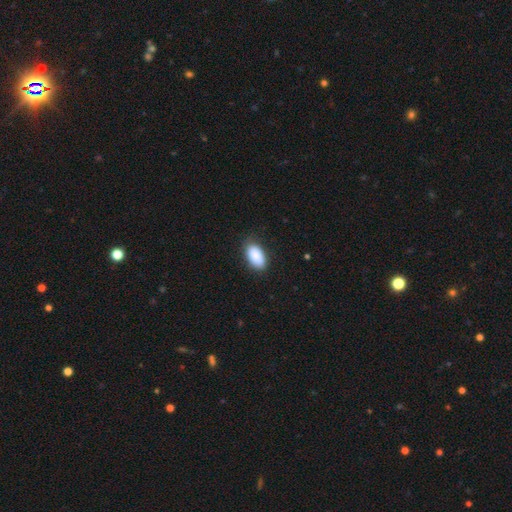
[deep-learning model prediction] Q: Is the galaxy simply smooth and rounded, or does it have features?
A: smooth — 89%.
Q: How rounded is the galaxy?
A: in between — 94%.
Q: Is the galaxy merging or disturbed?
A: none — 80%.